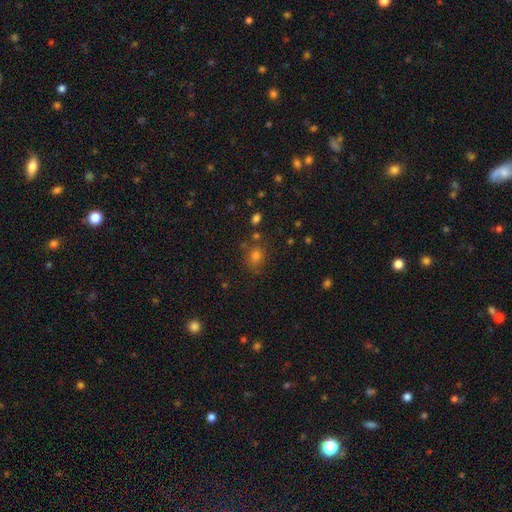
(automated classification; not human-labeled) Smooth or featured? Predicted: smooth (p=0.69). How rounded? Predicted: round (p=0.69). Merging? Predicted: none (p=0.77).